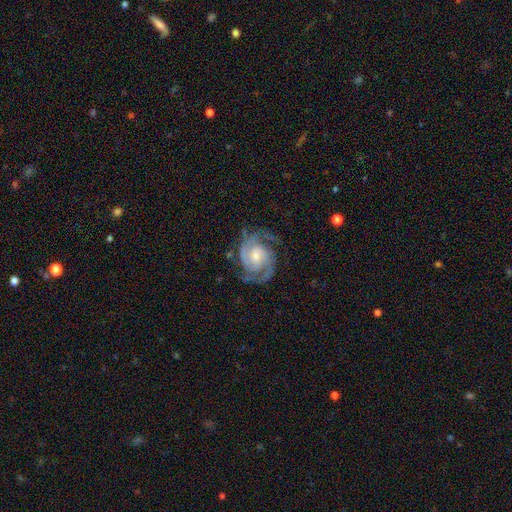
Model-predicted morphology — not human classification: Smooth or featured: featured or disk — 90% (smooth — 5%)
Edge-on disk: no — 98% (yes — 2%)
Bar: no — 53% (weak — 39%)
Spiral arms: yes — 98% (no — 2%)
Spiral winding: tight — 47% (medium — 45%)
Spiral arm count: 2 — 79% (3 — 10%)
Bulge size: moderate — 51% (small — 37%)
Merging: none — 73% (minor disturbance — 18%)